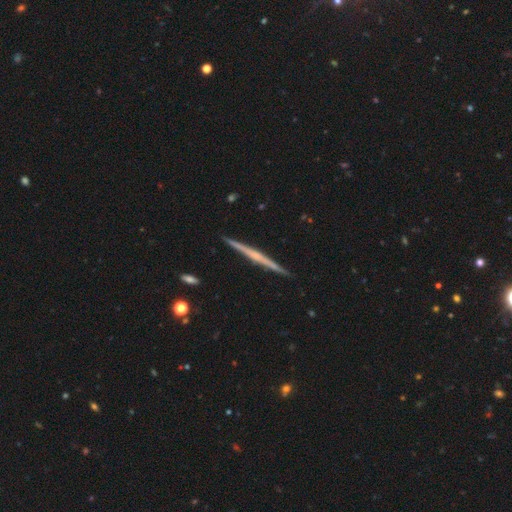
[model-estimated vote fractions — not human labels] smooth-or-featured: featured or disk: 75% | smooth: 19% | star or artifact: 6%
  disk-edge-on: yes: 98% | no: 2%
    edge-on-bulge: none: 47% | rounded: 44% | boxy: 9%
  merging: none: 93% | minor disturbance: 5% | merger: 1% | major disturbance: 1%